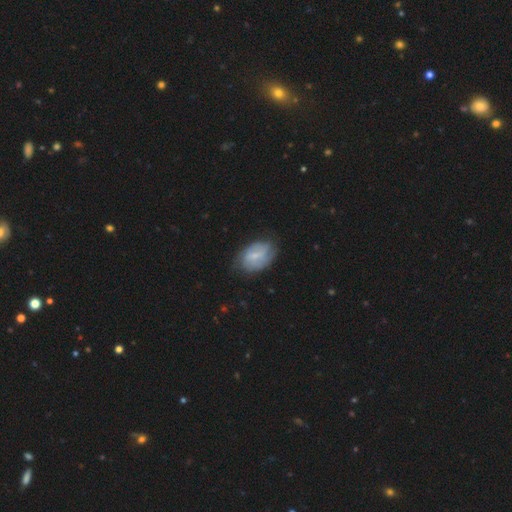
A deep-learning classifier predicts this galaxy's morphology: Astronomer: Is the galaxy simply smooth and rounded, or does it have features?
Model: featured or disk — 50% (runner-up: smooth, 44%).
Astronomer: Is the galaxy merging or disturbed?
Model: none — 66%.